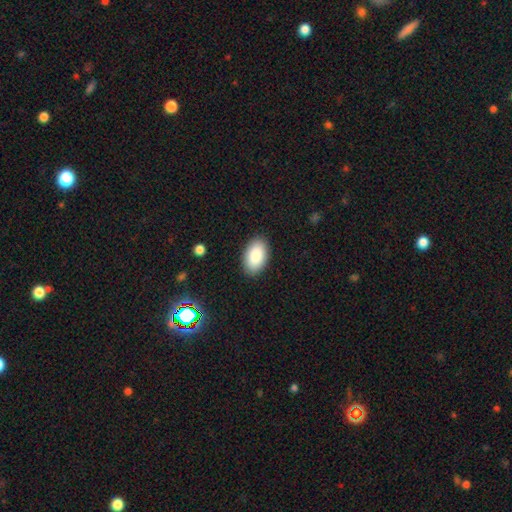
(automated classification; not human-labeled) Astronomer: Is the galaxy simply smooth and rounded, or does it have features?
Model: smooth — 88%.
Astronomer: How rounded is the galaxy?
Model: in between — 94%.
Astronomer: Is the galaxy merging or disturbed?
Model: none — 89%.